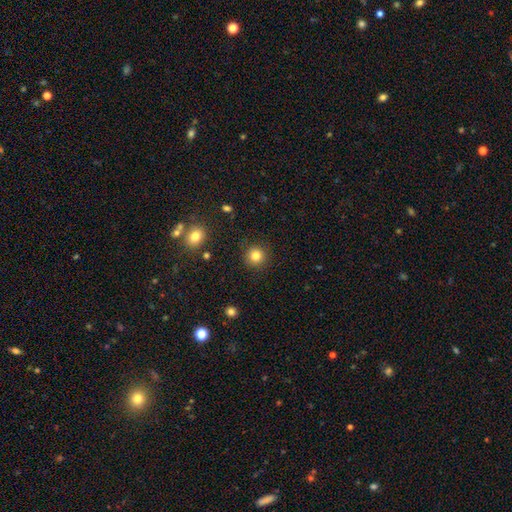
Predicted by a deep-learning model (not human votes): smooth_or_featured: smooth (p=0.83) [alt: star or artifact p=0.11]
how_rounded: round (p=0.94) [alt: in between p=0.05]
merging: none (p=0.90) [alt: minor disturbance p=0.06]